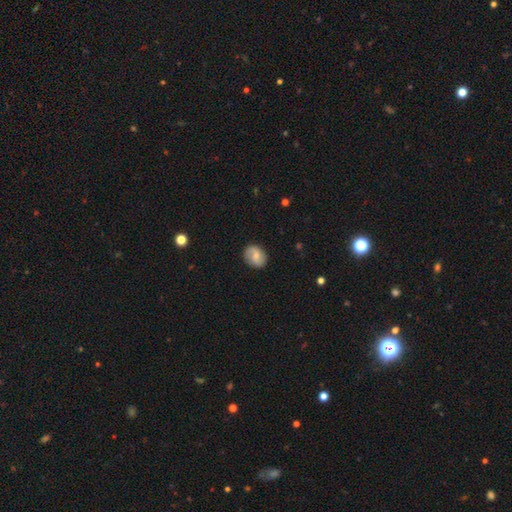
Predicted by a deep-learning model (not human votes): smooth-or-featured: smooth: 55% | featured or disk: 37% | star or artifact: 8%
  how-rounded: in between: 52% | round: 47% | cigar-shaped: 1%
  merging: none: 83% | minor disturbance: 12% | major disturbance: 3% | merger: 1%